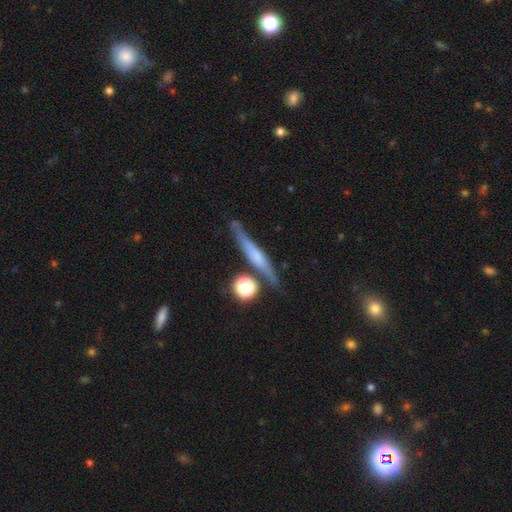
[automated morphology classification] Overall: featured or disk (58%; smooth 33%). Edge-on disk: yes (92%). Edge-on bulge: rounded (48%; none 30%). Merging: none (76%).